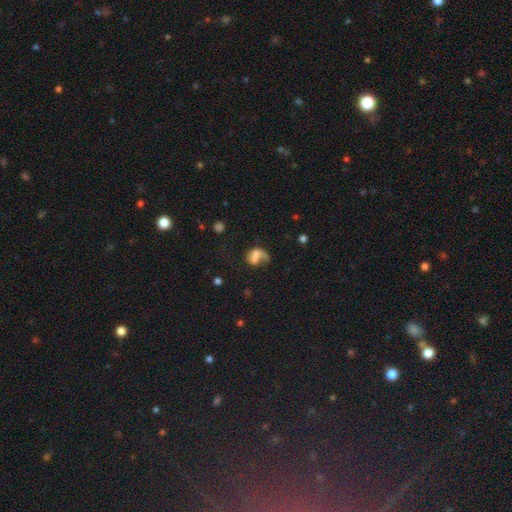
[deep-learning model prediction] Morphology: type=featured or disk (44%, tied with smooth); merging=major disturbance (41%).